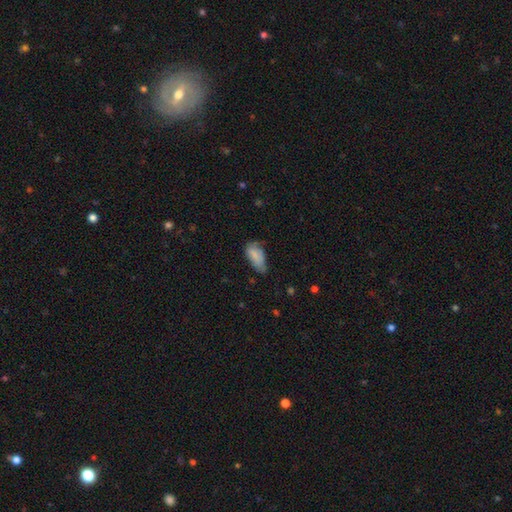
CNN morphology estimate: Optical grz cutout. It shows a smooth galaxy with no disk features (78%) that is in between round and cigar-shaped (91%). Merging: minor disturbance (44%).